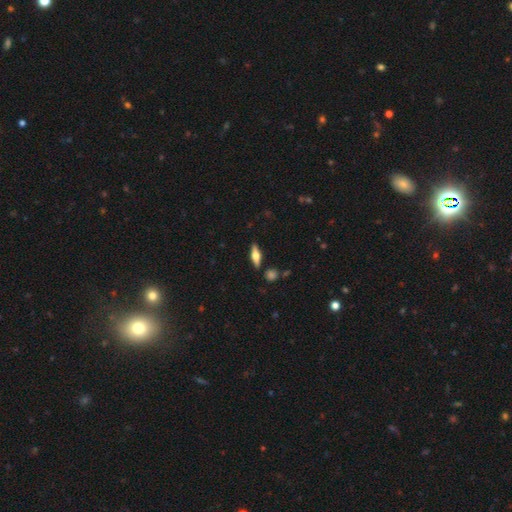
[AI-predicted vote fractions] Q: Smooth or featured?
A: featured or disk (53%); runner-up: smooth (40%)
Q: Edge-on disk?
A: yes (93%); runner-up: no (7%)
Q: Merging?
A: none (86%); runner-up: minor disturbance (9%)